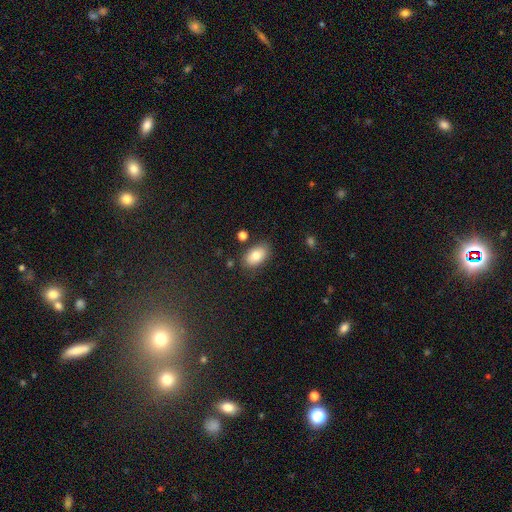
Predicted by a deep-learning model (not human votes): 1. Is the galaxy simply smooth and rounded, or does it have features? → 80% smooth, 12% featured or disk, 8% star or artifact.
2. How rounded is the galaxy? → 91% in between, 8% round, 1% cigar-shaped.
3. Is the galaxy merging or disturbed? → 82% none, 12% minor disturbance, 3% merger, 3% major disturbance.